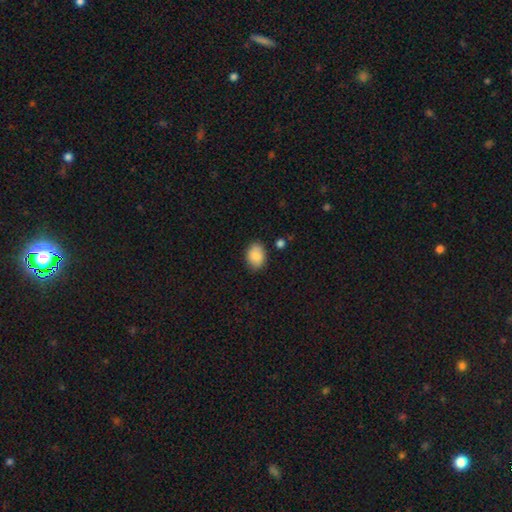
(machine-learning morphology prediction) smooth-or-featured: smooth: 87% | star or artifact: 7% | featured or disk: 5%
  how-rounded: in between: 71% | round: 28% | cigar-shaped: 1%
  merging: none: 81% | minor disturbance: 14% | major disturbance: 3% | merger: 2%